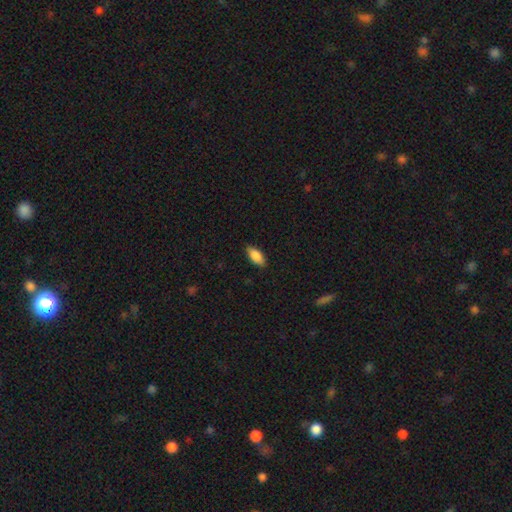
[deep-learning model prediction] smooth 88%, star or artifact 6%, featured or disk 6%. Down the decision tree: how rounded — in between (90%); merging — none (86%).